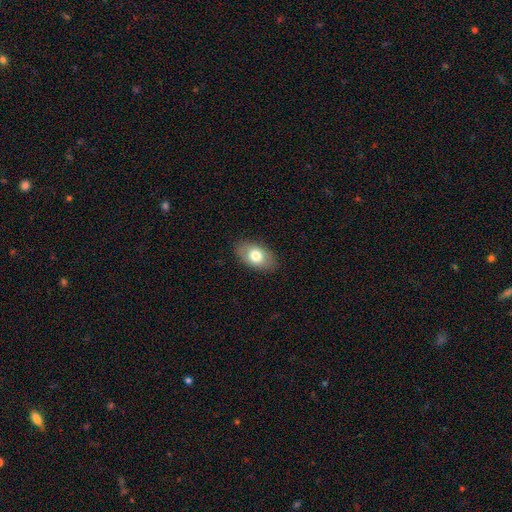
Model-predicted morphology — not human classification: A smooth galaxy with no disk features (74%) that is in between round and cigar-shaped (90%).

Vote fractions:
- Smooth or featured? smooth: 74% / featured or disk: 19% / star or artifact: 7%
- How rounded? in between: 90% / round: 9% / cigar-shaped: 2%
- Merging? none: 86% / minor disturbance: 11% / major disturbance: 3% / merger: 1%